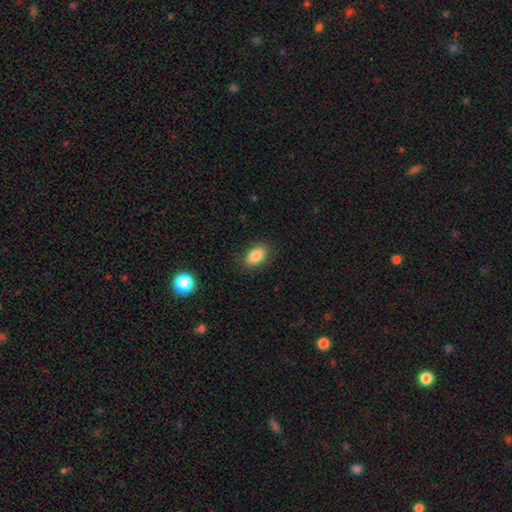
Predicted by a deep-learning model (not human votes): smooth-or-featured: smooth: 85% | star or artifact: 8% | featured or disk: 7%
  how-rounded: in between: 89% | round: 9% | cigar-shaped: 2%
  merging: none: 85% | minor disturbance: 11% | major disturbance: 3% | merger: 1%